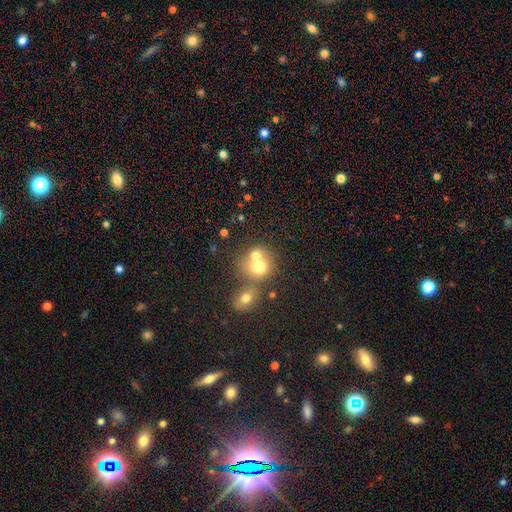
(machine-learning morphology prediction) This appears to be a smooth galaxy with no disk features (68%) that is round (77%). Merging: merger (57%).